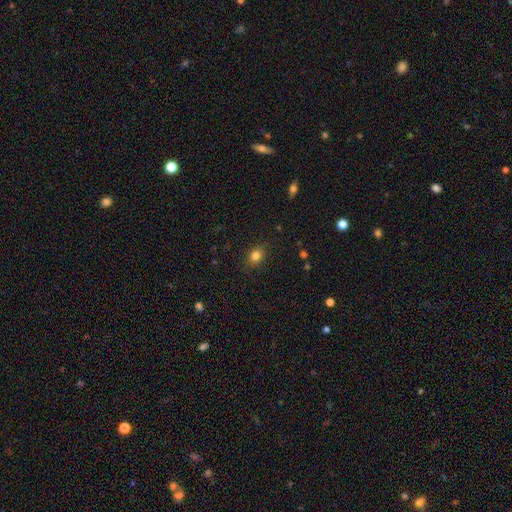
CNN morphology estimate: smooth 82%, star or artifact 11%, featured or disk 7%. Down the decision tree: how rounded — in between (52%); merging — none (84%).